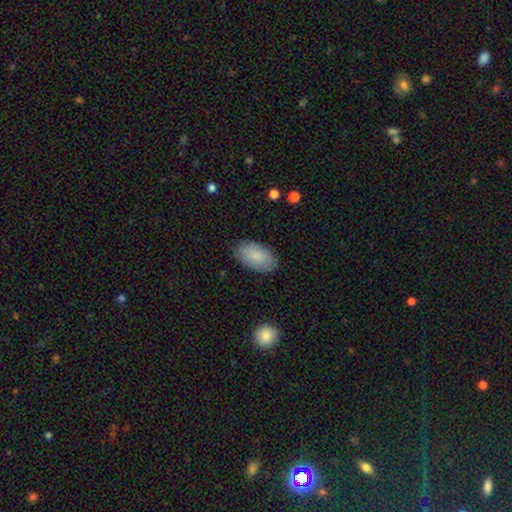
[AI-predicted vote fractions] This is clearly a smooth galaxy (85%). How rounded: clearly in between (95%). Merging: clearly none (85%).